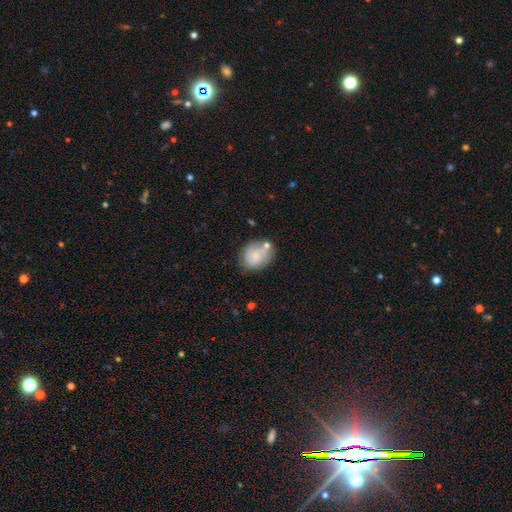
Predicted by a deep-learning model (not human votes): This is likely a smooth galaxy (61%). How rounded: possibly round (57%). Merging: possibly none (56%).